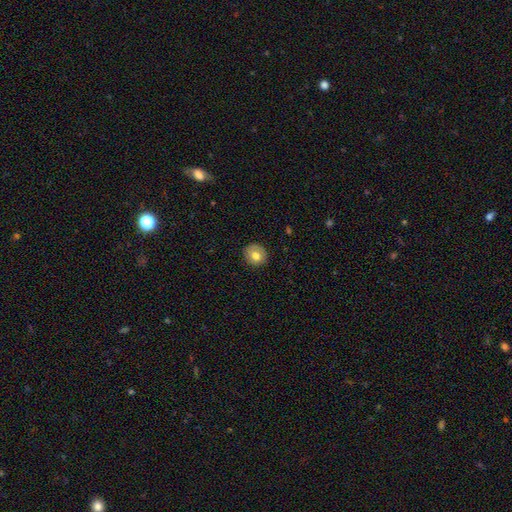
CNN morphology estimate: This appears to be a smooth galaxy with no disk features (74%) that is round (89%). Merging: none (88%).